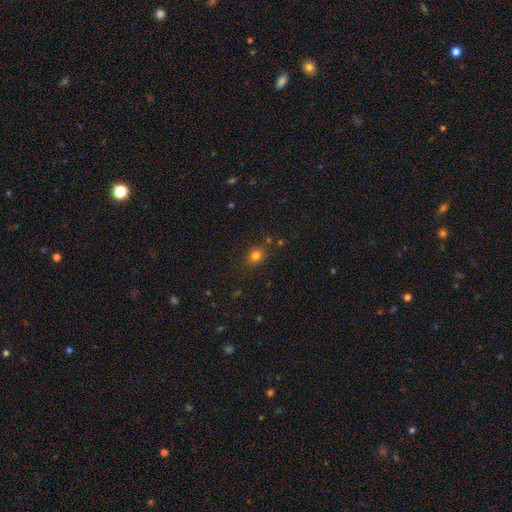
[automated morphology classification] type=smooth (79%); roundness=in between (59%); merging=none (78%).